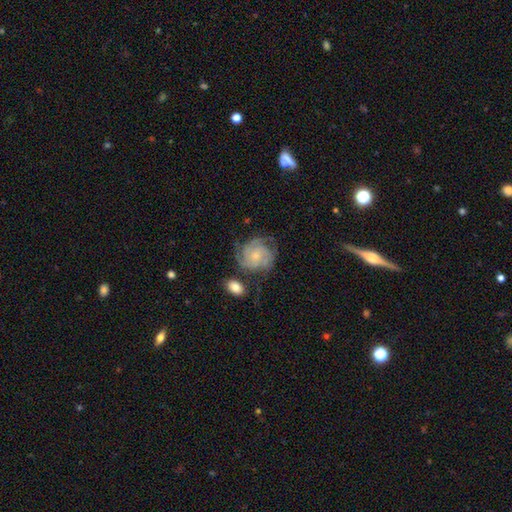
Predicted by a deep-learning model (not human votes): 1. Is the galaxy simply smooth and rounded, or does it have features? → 76% featured or disk, 17% smooth, 7% star or artifact.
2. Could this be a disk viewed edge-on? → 98% no, 2% yes.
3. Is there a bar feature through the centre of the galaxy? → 76% no, 20% weak, 3% strong.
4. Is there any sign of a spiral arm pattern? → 94% yes, 6% no.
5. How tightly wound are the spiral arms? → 57% tight, 34% medium, 9% loose.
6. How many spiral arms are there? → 28% 3 (tied), 28% can't tell (tied), 18% 4, 14% 2, 6% more than 4, 6% 1.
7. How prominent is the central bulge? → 70% small, 22% moderate, 6% none, 2% large, 1% dominant.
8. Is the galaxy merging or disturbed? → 65% none, 20% minor disturbance, 10% major disturbance, 5% merger.